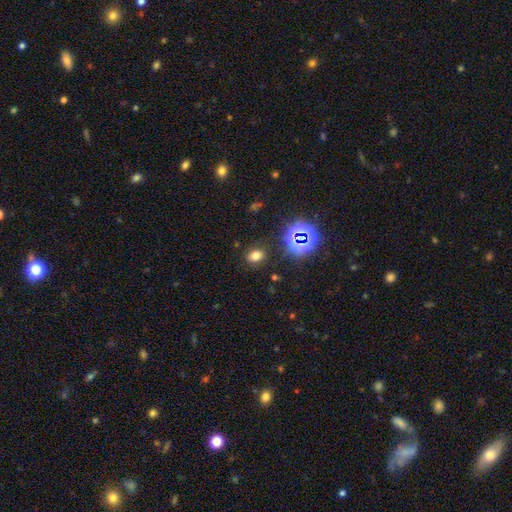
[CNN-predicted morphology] Q: Smooth or featured?
A: smooth (69%); runner-up: star or artifact (23%)
Q: How rounded?
A: in between (52%); runner-up: round (46%)
Q: Merging?
A: none (86%); runner-up: minor disturbance (9%)